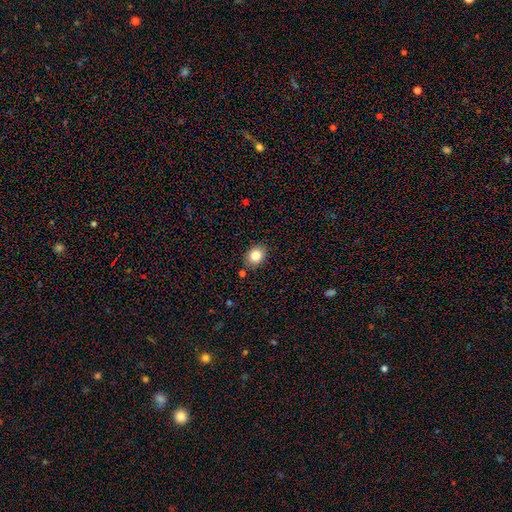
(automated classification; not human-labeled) This is clearly a smooth galaxy (84%). How rounded: possibly in between (52%). Merging: clearly none (84%).